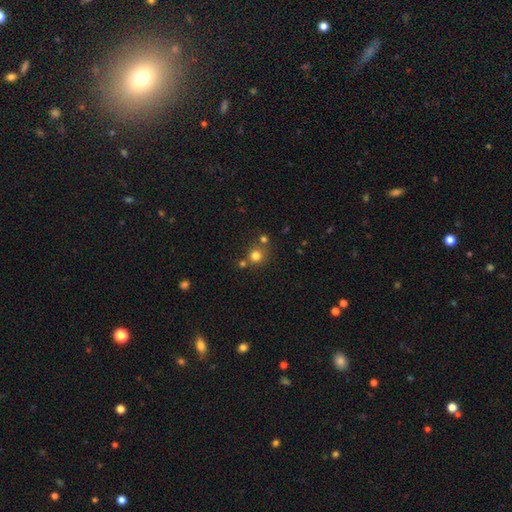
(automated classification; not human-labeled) smooth 77%, star or artifact 16%, featured or disk 7%. Down the decision tree: how rounded — round (89%); merging — none (67%).